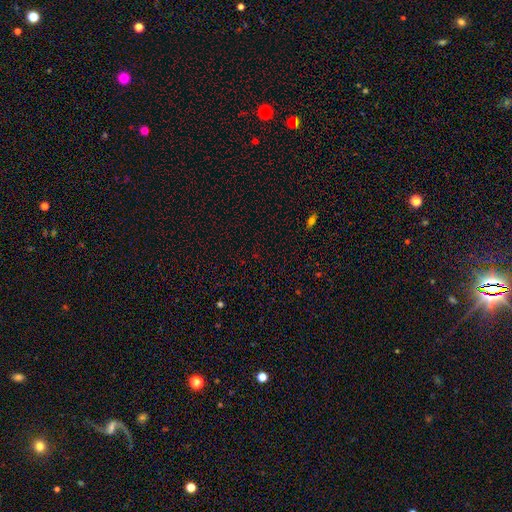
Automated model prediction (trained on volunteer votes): A star or artifact, not a galaxy (62%).